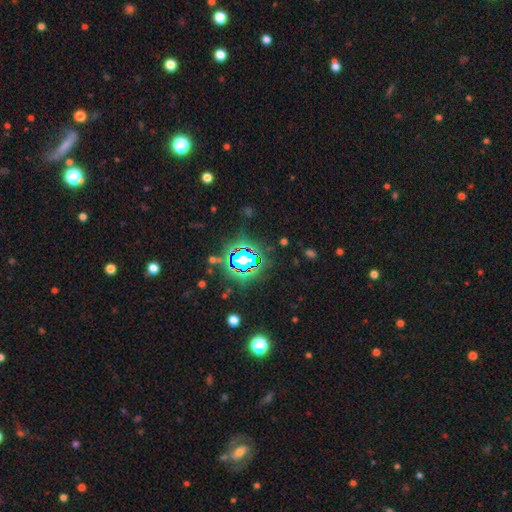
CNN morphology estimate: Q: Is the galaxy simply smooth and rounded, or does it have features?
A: star or artifact — 83%.